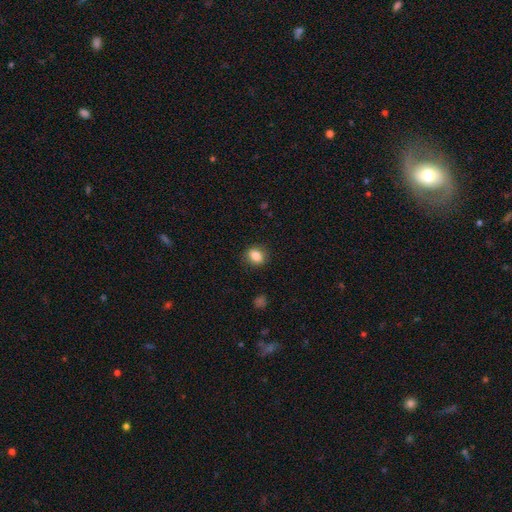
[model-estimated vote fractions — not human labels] Smooth or featured: smooth — 85% (star or artifact — 9%)
How rounded: in between — 56% (round — 43%)
Merging: none — 86% (minor disturbance — 10%)